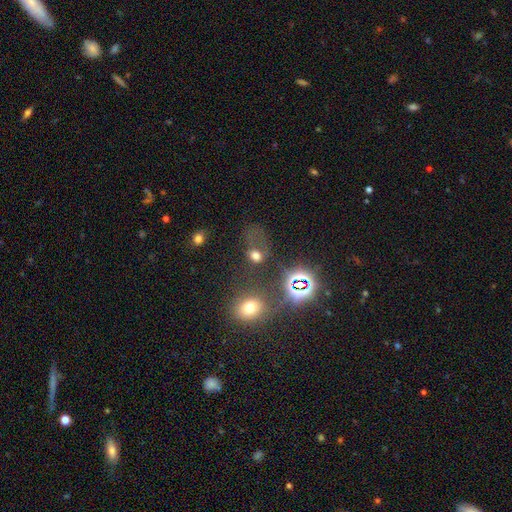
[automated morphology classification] Q: Smooth or featured?
A: smooth (58%); runner-up: star or artifact (29%)
Q: How rounded?
A: in between (53%); runner-up: round (46%)
Q: Merging?
A: none (39%); runner-up: major disturbance (30%)